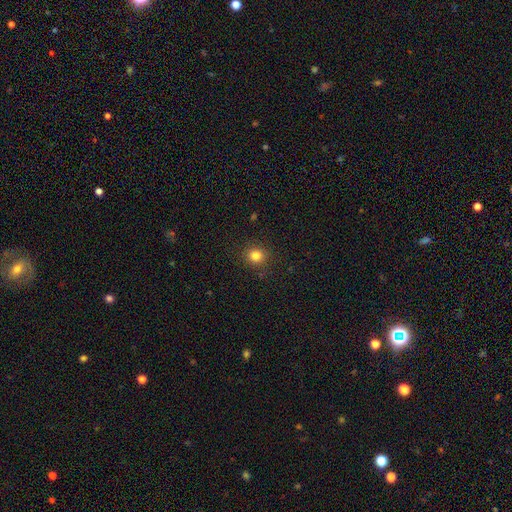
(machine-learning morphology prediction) smooth-or-featured: smooth: 82% | star or artifact: 13% | featured or disk: 5%
  how-rounded: round: 84% | in between: 15% | cigar-shaped: 1%
  merging: none: 89% | minor disturbance: 8% | major disturbance: 3% | merger: 1%